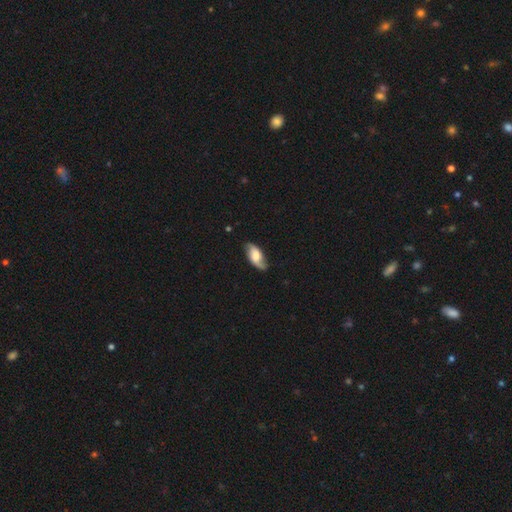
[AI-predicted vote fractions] A featured or disk galaxy (61%) with no bar (53%), 2 (88%) loose (54%) spiral arms (91%) and a moderate central bulge (36%). Merging: none (78%).